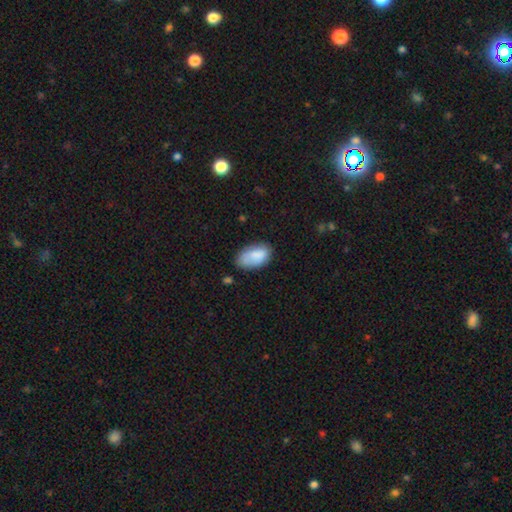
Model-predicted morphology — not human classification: This is clearly a smooth galaxy (83%). How rounded: clearly in between (94%). Merging: likely none (64%).